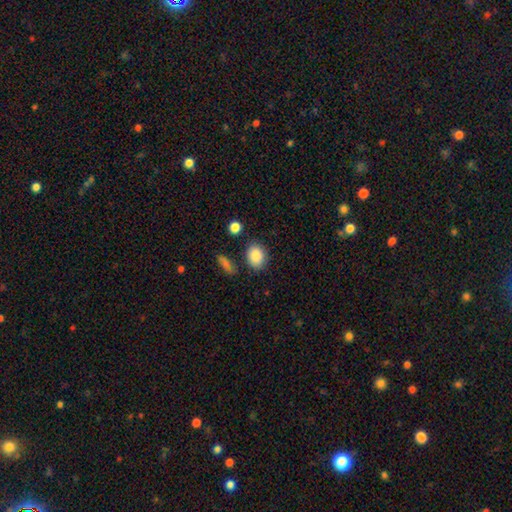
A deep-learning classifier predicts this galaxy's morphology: This appears to be a smooth galaxy with no disk features (87%) that is in between round and cigar-shaped (56%). Merging: none (81%).